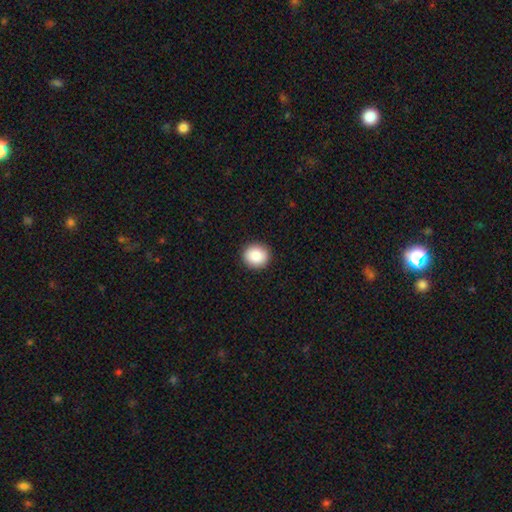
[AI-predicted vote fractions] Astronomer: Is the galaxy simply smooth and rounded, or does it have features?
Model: smooth — 88%.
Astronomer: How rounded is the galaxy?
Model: round — 88%.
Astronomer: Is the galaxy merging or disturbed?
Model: none — 92%.